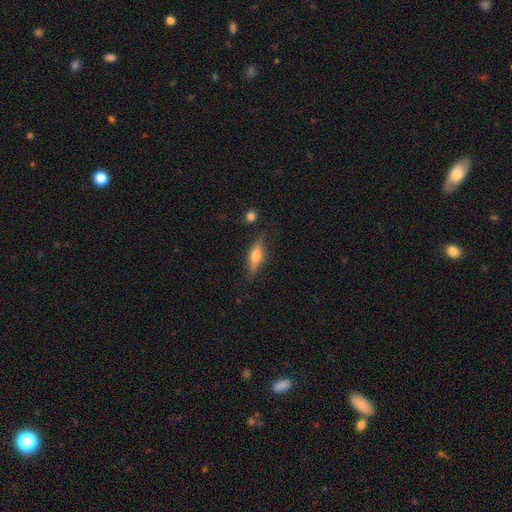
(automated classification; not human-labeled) Overall: featured or disk (50%; smooth 43%). Merging: none (72%).